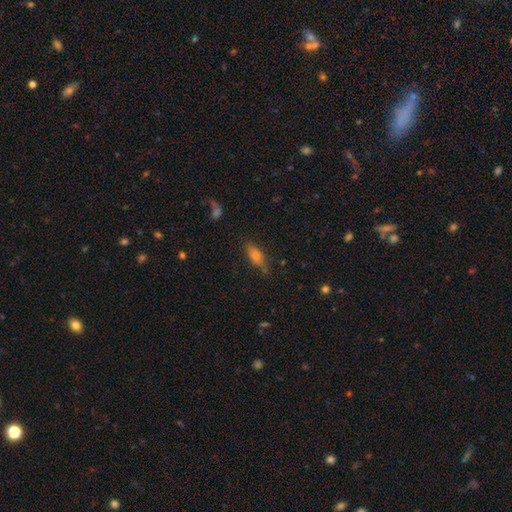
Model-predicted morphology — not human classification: Smooth or featured? Predicted: smooth (p=0.78). How rounded? Predicted: in between (p=0.78). Merging? Predicted: none (p=0.68).